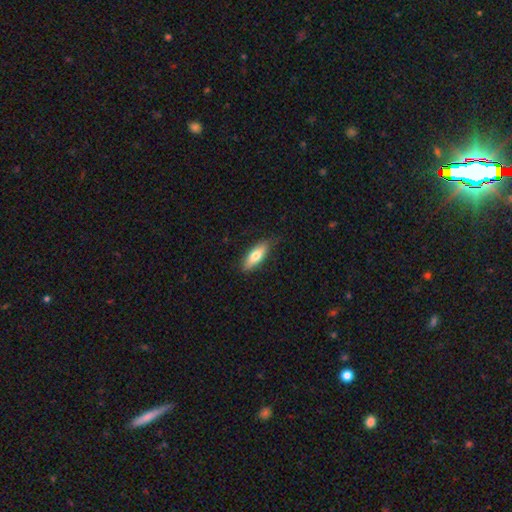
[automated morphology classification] Overall: smooth (73%). How rounded: in between (64%; cigar-shaped 34%). Merging: none (82%).